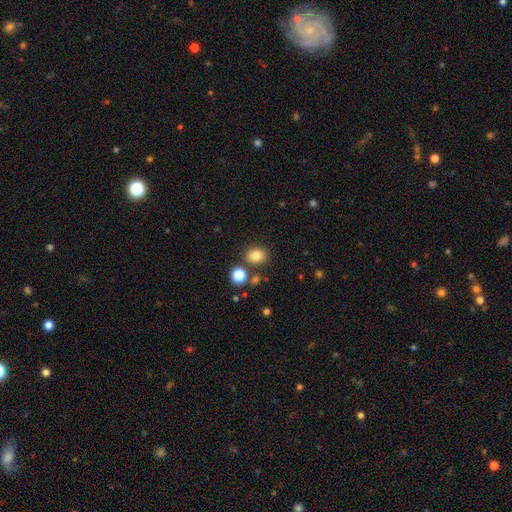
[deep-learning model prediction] This appears to be a smooth galaxy with no disk features (82%) that is round (62%). Merging: none (80%).